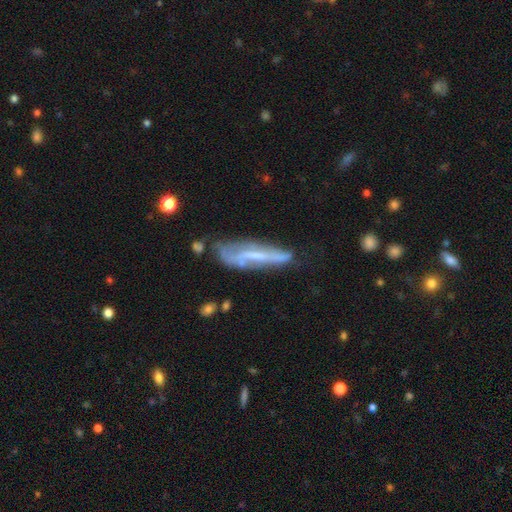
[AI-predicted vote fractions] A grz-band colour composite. It shows a featured or disk galaxy (60%) viewed edge-on (50%, tied with no). Merging: none (55%).